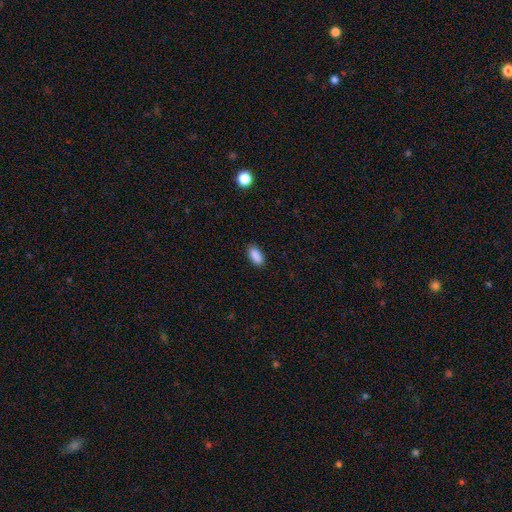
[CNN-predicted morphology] Smooth or featured? Predicted: smooth (p=0.89). How rounded? Predicted: in between (p=0.91). Merging? Predicted: none (p=0.87).